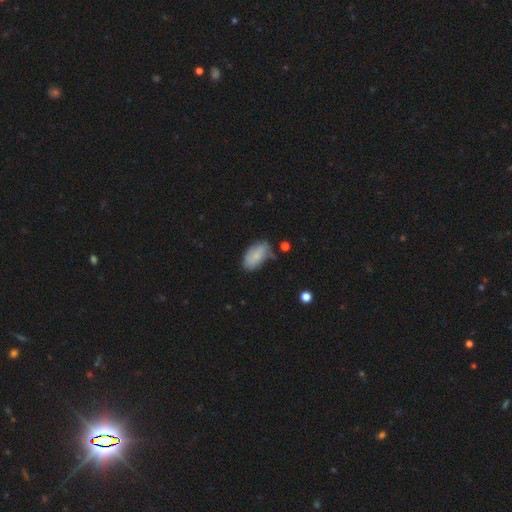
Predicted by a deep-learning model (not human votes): smooth 79%, featured or disk 14%, star or artifact 7%. Down the decision tree: how rounded — in between (94%); merging — none (57%).